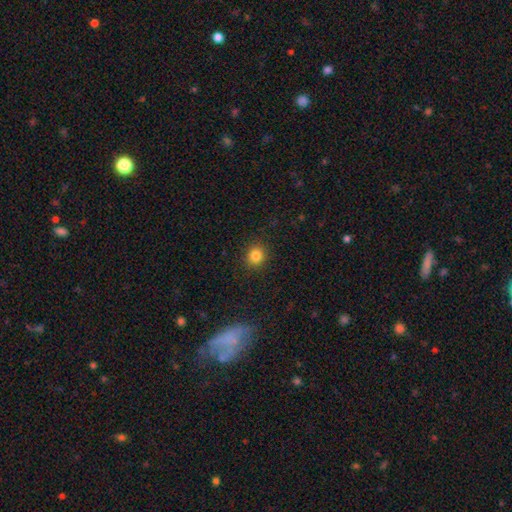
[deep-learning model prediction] Morphology: type=smooth (83%); roundness=round (87%); merging=none (90%).